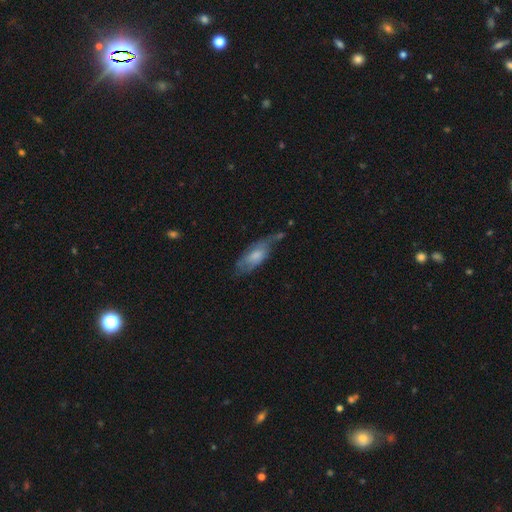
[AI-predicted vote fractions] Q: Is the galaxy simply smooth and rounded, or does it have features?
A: smooth — 51%.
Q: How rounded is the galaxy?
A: in between — 75%.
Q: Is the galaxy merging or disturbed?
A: none — 40%.